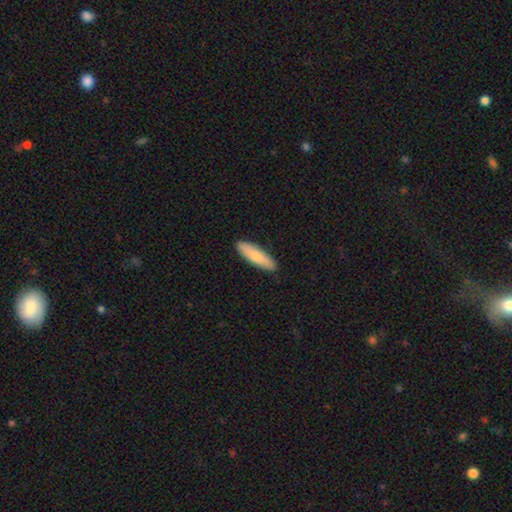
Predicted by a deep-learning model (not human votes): Smooth or featured? smooth (82%)
How rounded? cigar-shaped (64%)
Merging? none (90%)